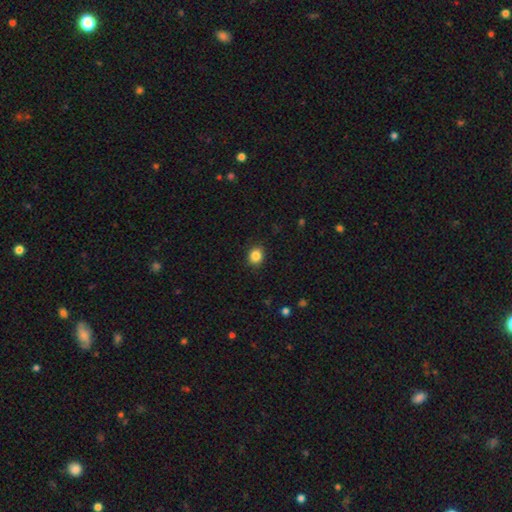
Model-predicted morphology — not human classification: A smooth galaxy with no disk features (86%) that is round (68%).

Vote fractions:
- Smooth or featured? smooth: 86% / star or artifact: 10% / featured or disk: 4%
- How rounded? round: 68% / in between: 31% / cigar-shaped: 1%
- Merging? none: 89% / minor disturbance: 8% / major disturbance: 2% / merger: 1%